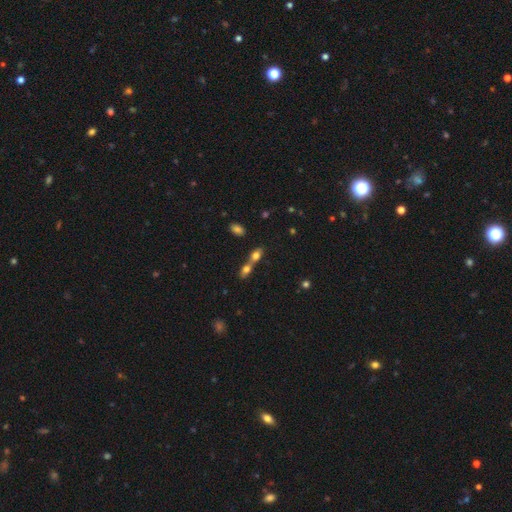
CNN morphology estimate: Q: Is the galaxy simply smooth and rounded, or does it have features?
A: smooth — 69%.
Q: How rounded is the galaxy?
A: in between — 67%.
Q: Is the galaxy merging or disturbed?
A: merger — 67%.